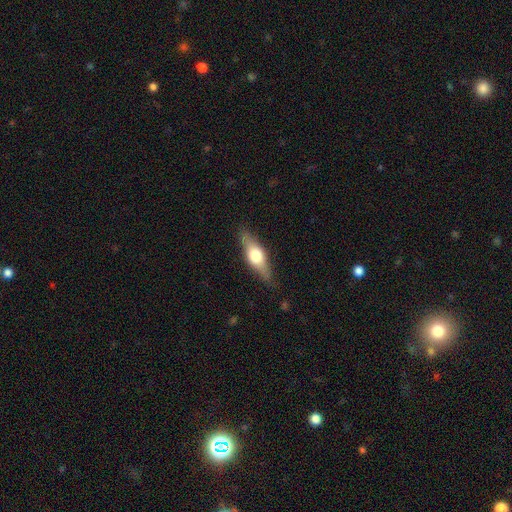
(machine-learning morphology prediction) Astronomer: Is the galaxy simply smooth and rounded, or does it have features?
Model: featured or disk — 49% (runner-up: smooth, 45%).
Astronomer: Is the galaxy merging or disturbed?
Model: none — 83%.